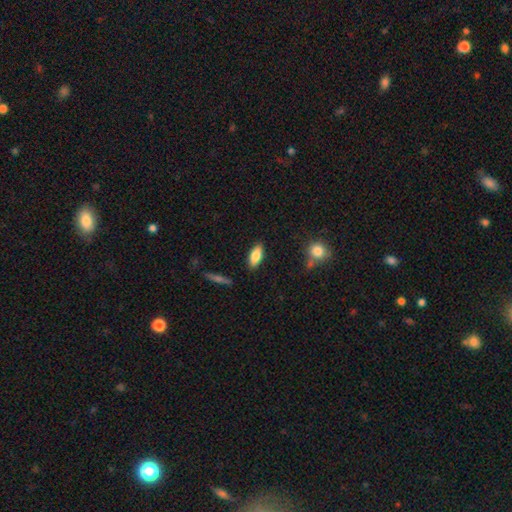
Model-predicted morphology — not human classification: smooth_or_featured: smooth (p=0.77) [alt: featured or disk p=0.17]
how_rounded: in between (p=0.77) [alt: cigar-shaped p=0.20]
merging: none (p=0.86) [alt: minor disturbance p=0.10]